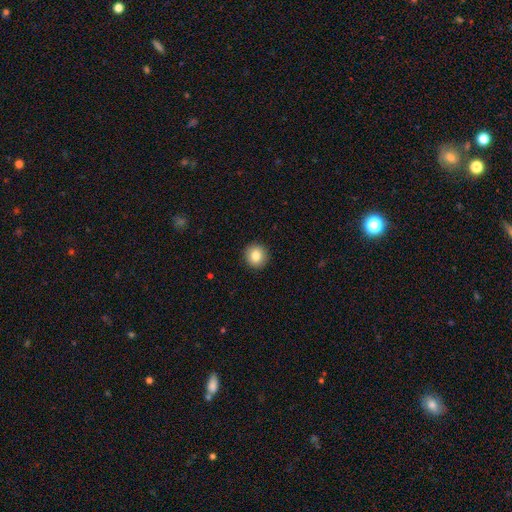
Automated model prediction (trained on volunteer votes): Overall: smooth (84%). How rounded: round (91%). Merging: none (92%).